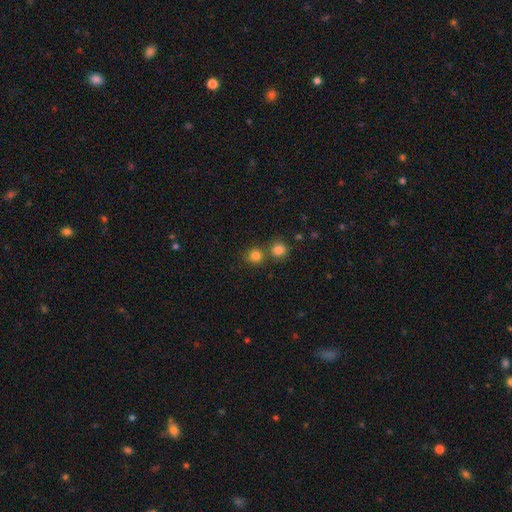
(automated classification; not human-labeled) smooth 81%, star or artifact 14%, featured or disk 5%. Down the decision tree: how rounded — round (90%); merging — none (66%).